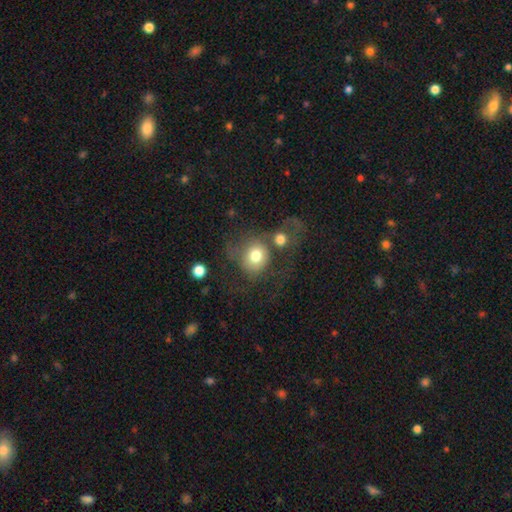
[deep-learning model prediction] Overall: smooth (72%). How rounded: round (80%). Merging: merger (34%, tied with none).